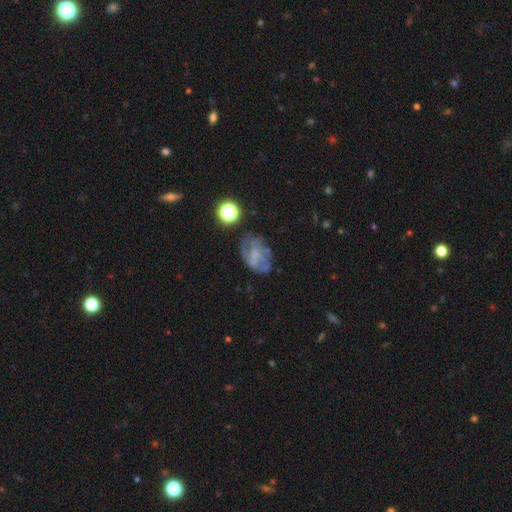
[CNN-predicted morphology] The model was most divided on "spiral arms": no: 59%, yes: 41%. Remaining: edge-on disk — no (97%); bar — no (71%); merging — none (55%); smooth or featured — featured or disk (54%); bulge size — none (48%).